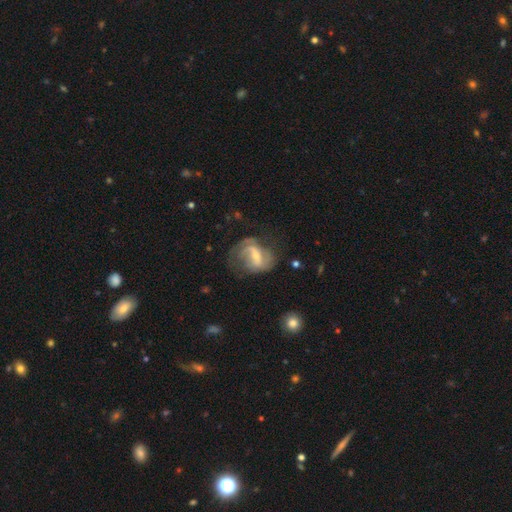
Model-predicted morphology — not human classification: Overall: featured or disk (74%). Edge-on disk: no (97%). Bar: weak (49%; strong 32%). Spiral arms: yes (85%). Spiral arm count: 2 (63%). Spiral winding: medium (45%; loose 31%). Bulge size: small (51%; moderate 36%). Merging: none (47%; major disturbance 27%).